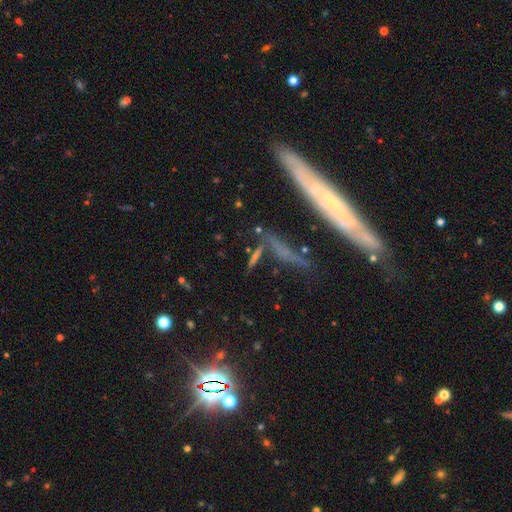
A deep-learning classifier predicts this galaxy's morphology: The model was most divided on "smooth or featured": smooth: 44%, featured or disk: 38%, star or artifact: 18%. More confident: merging — none (70%).